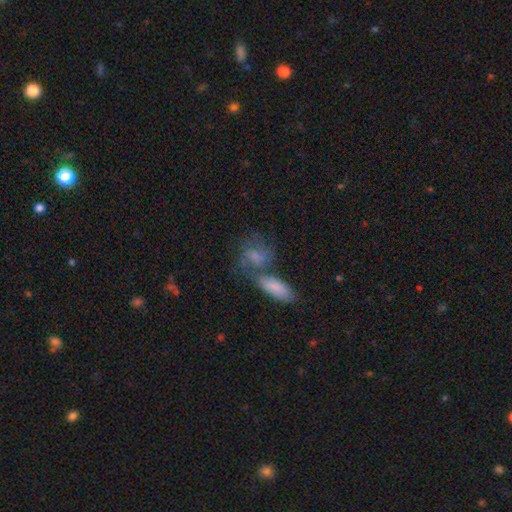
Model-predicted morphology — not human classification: smooth 55%, featured or disk 35%, star or artifact 10%. Down the decision tree: how rounded — in between (65%); merging — merger (42%).